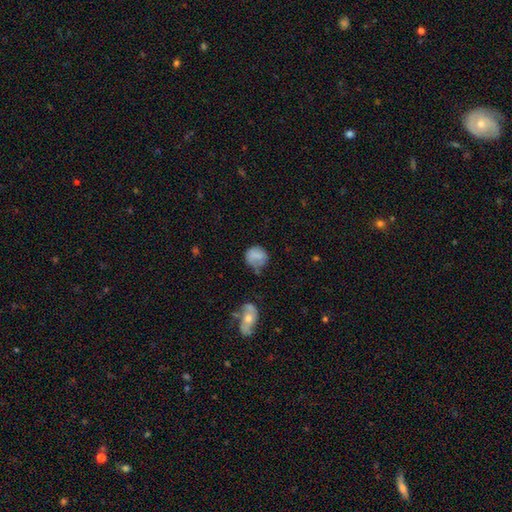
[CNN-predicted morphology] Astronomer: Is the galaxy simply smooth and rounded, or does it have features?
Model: smooth — 75%.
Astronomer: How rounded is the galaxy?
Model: round — 76%.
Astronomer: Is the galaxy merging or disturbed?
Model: none — 52% (runner-up: minor disturbance, 30%).